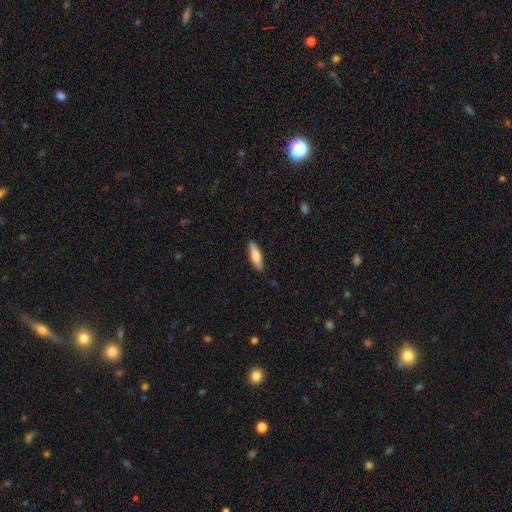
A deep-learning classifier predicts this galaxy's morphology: This appears to be a smooth galaxy with no disk features (75%) that is cigar-shaped (61%). Merging: none (89%).